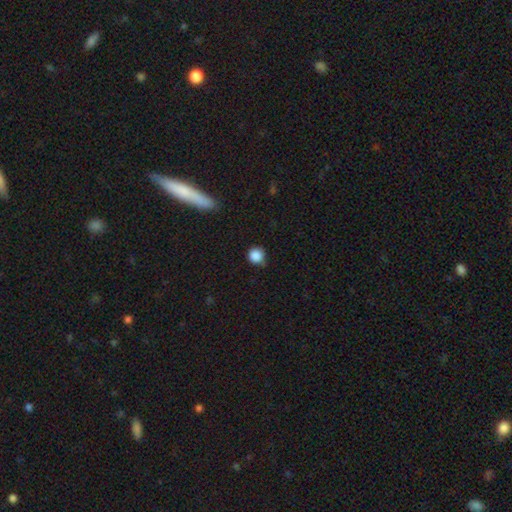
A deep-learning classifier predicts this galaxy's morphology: smooth 86%, star or artifact 10%, featured or disk 3%. Down the decision tree: how rounded — round (92%); merging — none (74%).